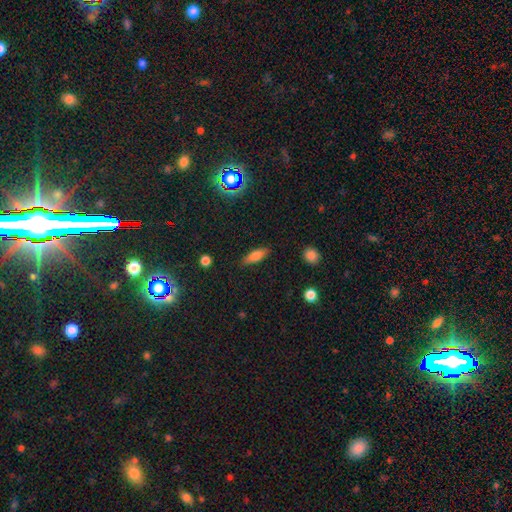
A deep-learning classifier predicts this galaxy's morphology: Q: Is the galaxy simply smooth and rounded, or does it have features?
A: smooth — 69%.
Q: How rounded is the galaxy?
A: in between — 54%.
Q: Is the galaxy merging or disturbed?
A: none — 86%.